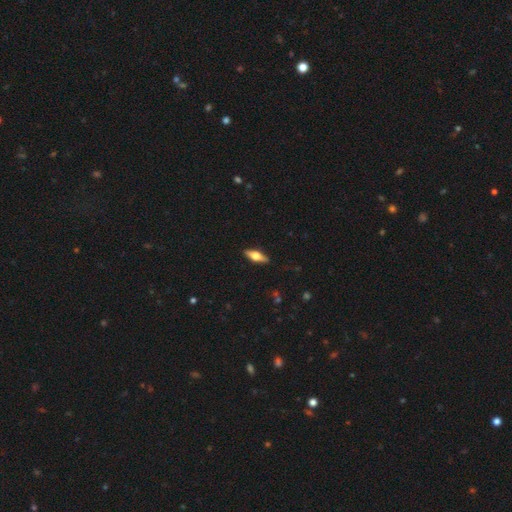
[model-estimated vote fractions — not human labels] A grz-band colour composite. It shows a featured or disk galaxy (55%) viewed edge-on (93%) with a rounded central bulge (95%). Merging: none (89%).